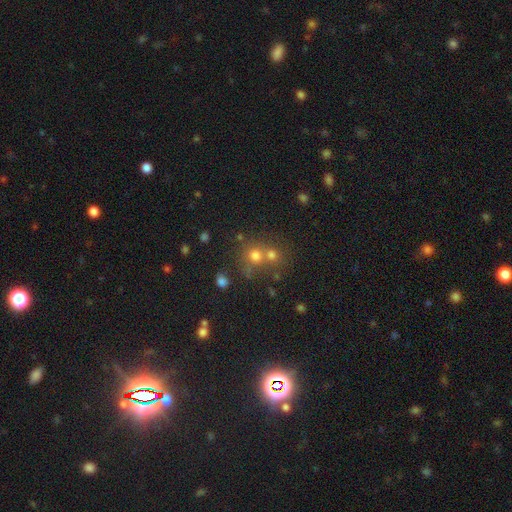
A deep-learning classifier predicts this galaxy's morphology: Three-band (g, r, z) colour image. It shows a smooth galaxy with no disk features (66%) that is round (84%). Merging: merger (45%).